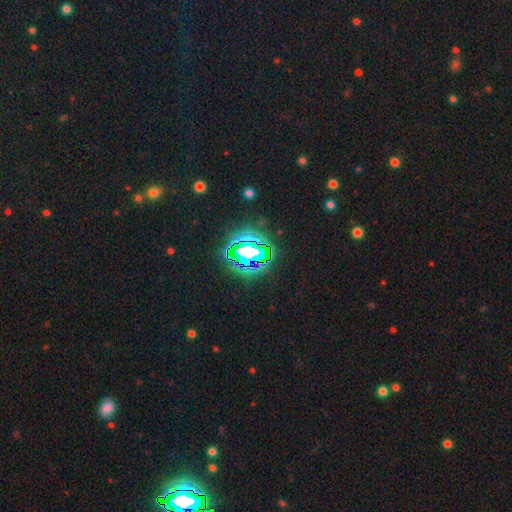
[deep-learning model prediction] Smooth or featured?
  - star or artifact: 75% *
  - smooth: 13%
  - featured or disk: 11%